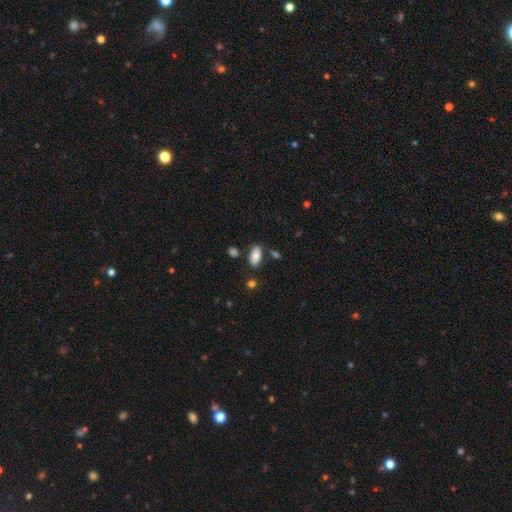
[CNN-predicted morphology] Smooth or featured? Predicted: smooth (p=0.78). How rounded? Predicted: in between (p=0.93). Merging? Predicted: none (p=0.78).